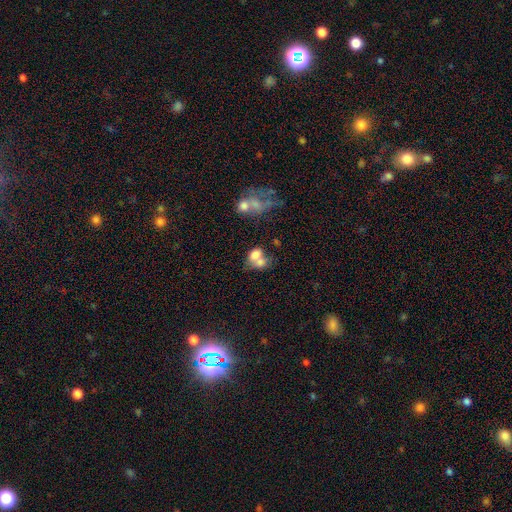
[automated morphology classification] type=smooth (66%); roundness=in between (64%); merging=merger (63%).